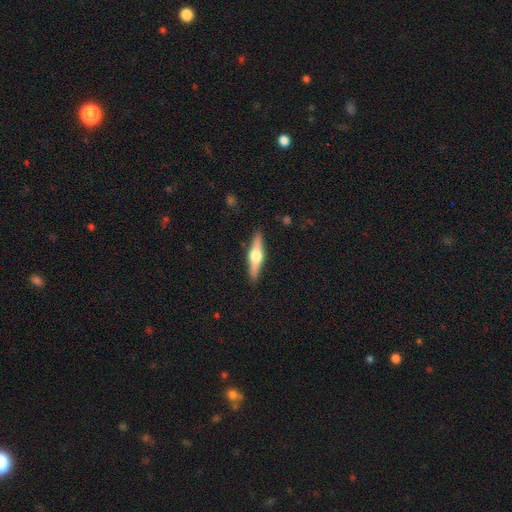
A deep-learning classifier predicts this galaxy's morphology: Q: Smooth or featured?
A: featured or disk (62%); runner-up: smooth (33%)
Q: Edge-on disk?
A: yes (96%); runner-up: no (4%)
Q: Edge-on bulge?
A: rounded (95%); runner-up: boxy (3%)
Q: Merging?
A: none (90%); runner-up: minor disturbance (7%)